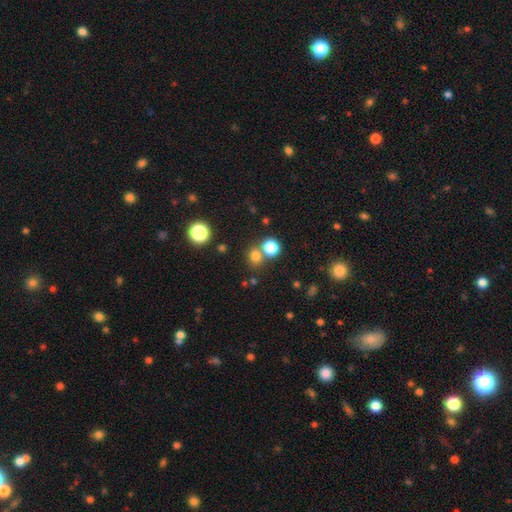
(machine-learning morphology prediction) smooth-or-featured: smooth: 75% | star or artifact: 19% | featured or disk: 6%
  how-rounded: round: 77% | in between: 22% | cigar-shaped: 1%
  merging: none: 63% | merger: 26% | minor disturbance: 7% | major disturbance: 3%